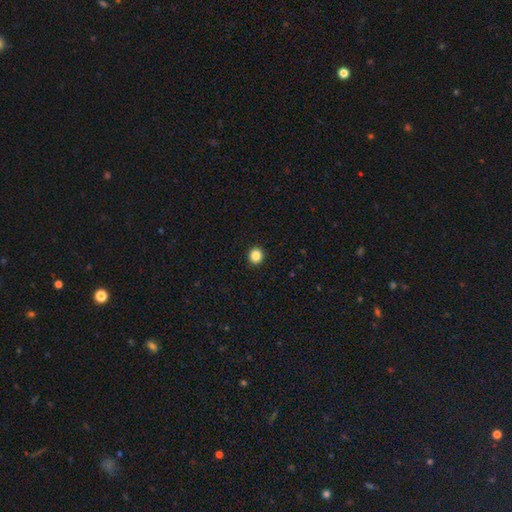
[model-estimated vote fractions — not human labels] A smooth galaxy with no disk features (86%) that is round (89%). Merging: none (93%).